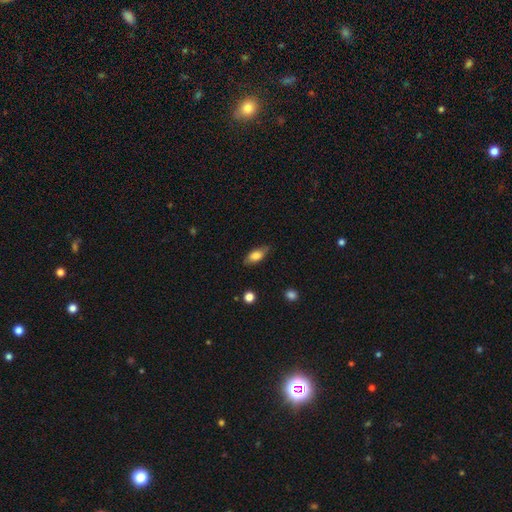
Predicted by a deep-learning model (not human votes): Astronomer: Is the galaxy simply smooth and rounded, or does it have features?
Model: smooth — 76%.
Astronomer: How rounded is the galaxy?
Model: in between — 82%.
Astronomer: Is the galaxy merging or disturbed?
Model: none — 77%.